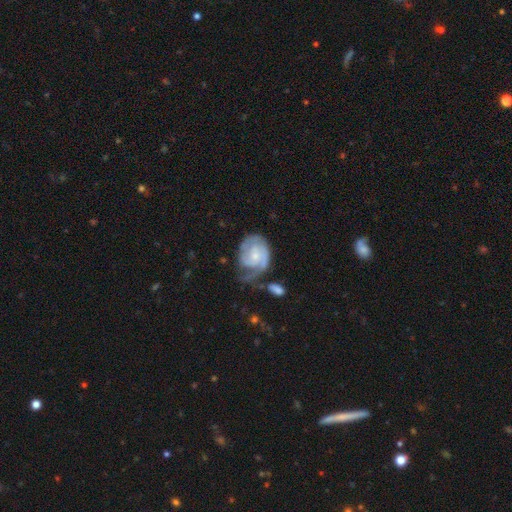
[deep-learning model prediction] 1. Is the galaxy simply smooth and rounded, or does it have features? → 75% featured or disk, 20% smooth, 5% star or artifact.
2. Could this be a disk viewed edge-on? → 98% no, 2% yes.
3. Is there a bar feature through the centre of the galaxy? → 70% no, 26% weak, 4% strong.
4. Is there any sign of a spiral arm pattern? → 91% yes, 9% no.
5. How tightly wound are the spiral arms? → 52% tight, 35% medium, 13% loose.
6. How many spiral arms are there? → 41% 2, 25% can't tell, 17% 1, 12% 3, 3% 4, 3% more than 4.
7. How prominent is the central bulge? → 67% small, 25% moderate, 5% none, 2% large, 1% dominant.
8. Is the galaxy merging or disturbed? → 38% none, 29% minor disturbance, 28% major disturbance, 6% merger.